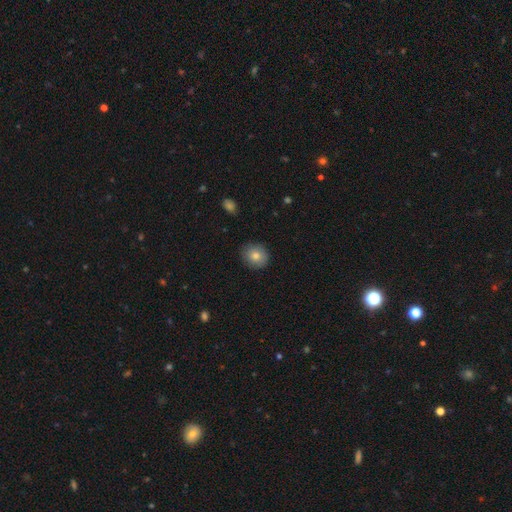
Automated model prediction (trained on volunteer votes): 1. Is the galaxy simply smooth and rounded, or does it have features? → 81% smooth, 10% featured or disk, 9% star or artifact.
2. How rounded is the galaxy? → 82% round, 17% in between, 1% cigar-shaped.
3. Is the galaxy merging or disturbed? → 88% none, 9% minor disturbance, 2% major disturbance, 1% merger.